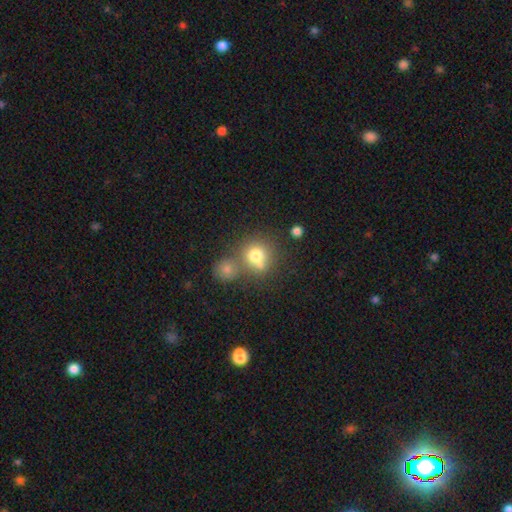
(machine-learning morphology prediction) This is likely a smooth galaxy (75%). How rounded: clearly round (83%). Merging: possibly none (46%).